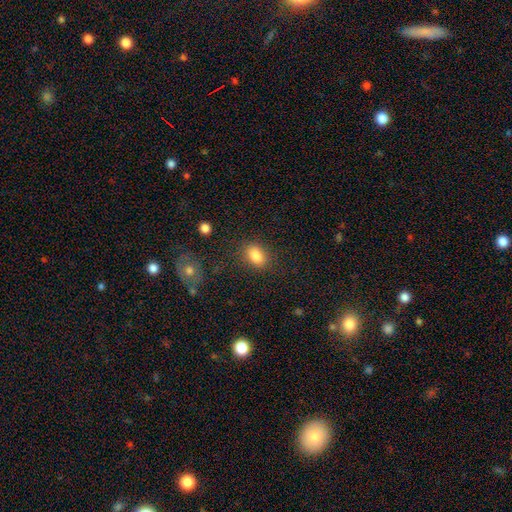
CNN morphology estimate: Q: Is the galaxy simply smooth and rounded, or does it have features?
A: smooth — 84%.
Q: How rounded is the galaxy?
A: in between — 77%.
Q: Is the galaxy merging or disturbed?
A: none — 82%.